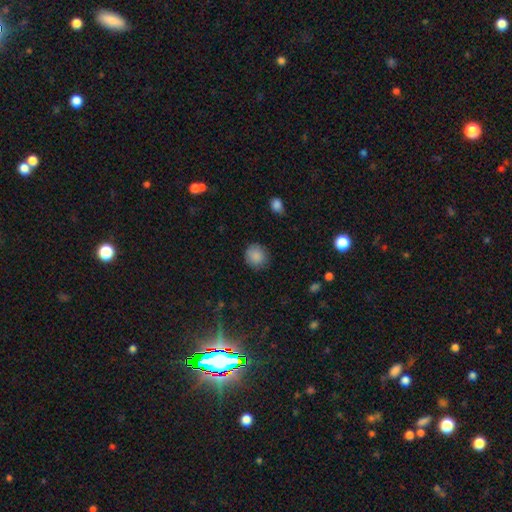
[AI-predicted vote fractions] Smooth or featured?
  - smooth: 87% *
  - star or artifact: 9%
  - featured or disk: 4%
How rounded?
  - round: 86% *
  - in between: 13%
  - cigar-shaped: 1%
Merging?
  - none: 85% *
  - minor disturbance: 10%
  - major disturbance: 3%
  - merger: 1%